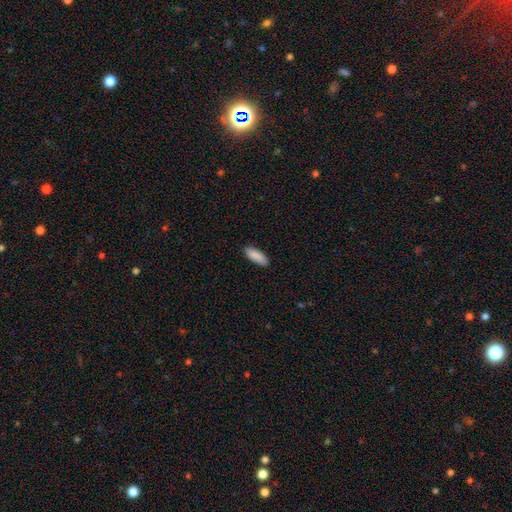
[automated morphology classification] This appears to be a smooth galaxy with no disk features (89%) that is in between round and cigar-shaped (67%). Merging: none (85%).